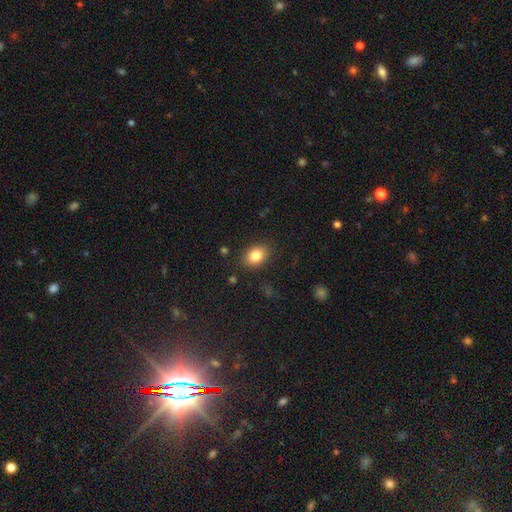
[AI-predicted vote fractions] Smooth or featured? smooth (83%)
How rounded? in between (74%)
Merging? none (86%)